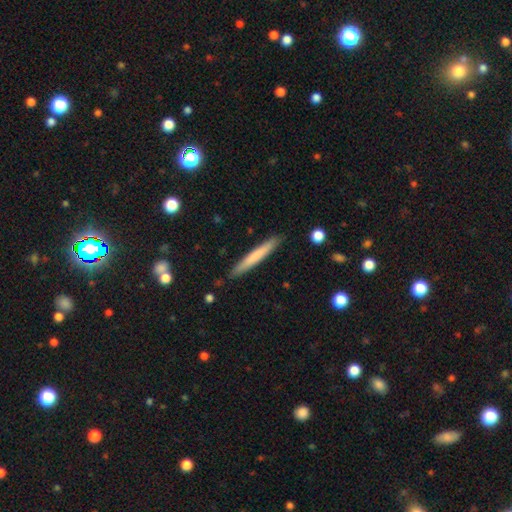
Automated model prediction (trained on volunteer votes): Smooth or featured: smooth — 69% (featured or disk — 26%)
How rounded: cigar-shaped — 96% (in between — 3%)
Merging: none — 89% (minor disturbance — 8%)